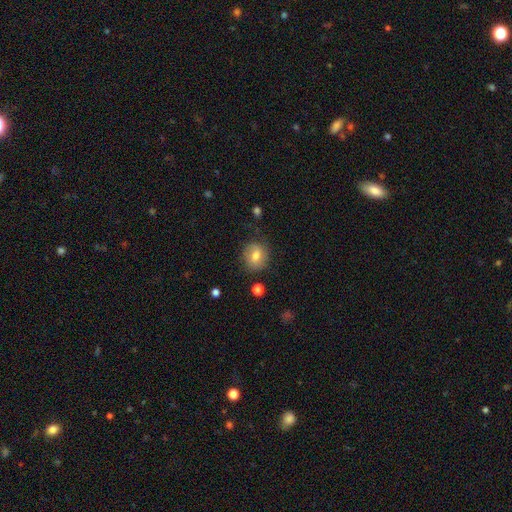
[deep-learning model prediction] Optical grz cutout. It shows a smooth galaxy with no disk features (75%) that is round (74%). Merging: none (77%).